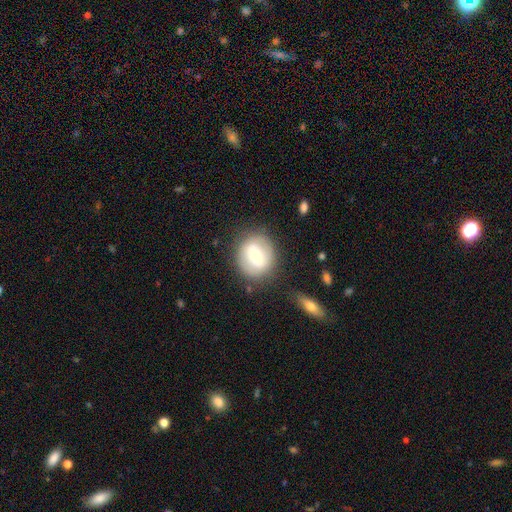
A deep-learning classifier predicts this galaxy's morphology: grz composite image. It shows a smooth galaxy with no disk features (50%). Merging: none (80%).